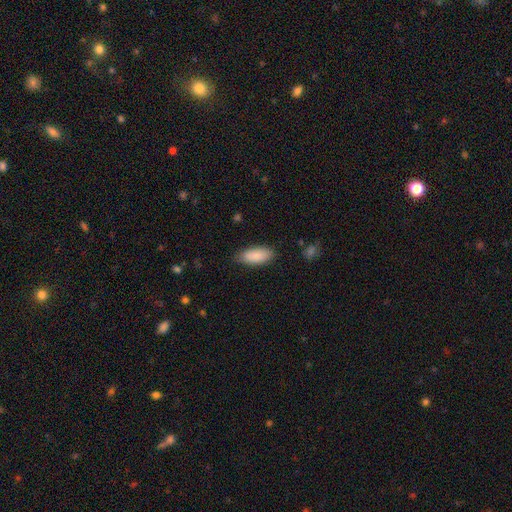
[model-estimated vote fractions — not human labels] The model was most divided on "merging": none: 82%, minor disturbance: 14%, major disturbance: 3%, merger: 1%. More confident: smooth or featured — smooth (88%); how rounded — in between (85%).